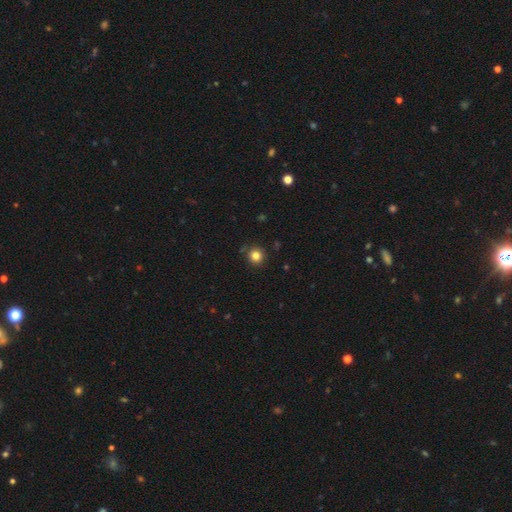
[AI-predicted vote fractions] Q: Smooth or featured?
A: smooth (82%); runner-up: star or artifact (13%)
Q: How rounded?
A: round (92%); runner-up: in between (7%)
Q: Merging?
A: none (87%); runner-up: minor disturbance (8%)